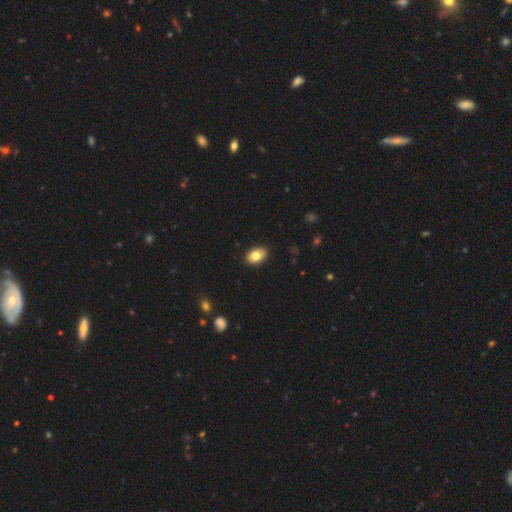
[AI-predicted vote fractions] smooth-or-featured: smooth: 82% | featured or disk: 11% | star or artifact: 7%
  how-rounded: in between: 89% | round: 9% | cigar-shaped: 1%
  merging: none: 89% | minor disturbance: 8% | major disturbance: 2% | merger: 1%